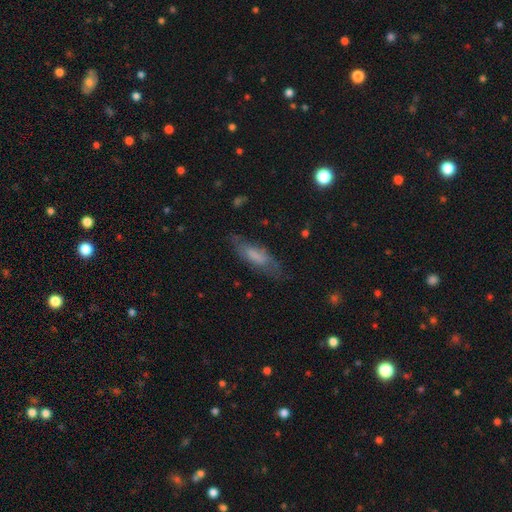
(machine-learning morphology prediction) This appears to be a smooth galaxy with no disk features (60%) that is cigar-shaped (49%, tied with in between). Merging: none (67%).